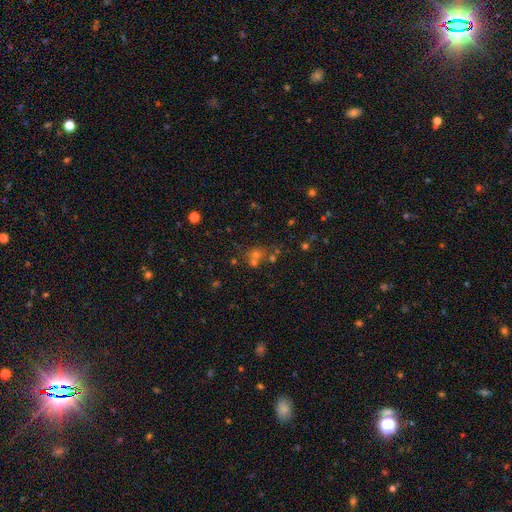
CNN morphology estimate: smooth_or_featured: smooth (p=0.44) [alt: star or artifact p=0.40]
merging: none (p=0.53) [alt: merger p=0.34]